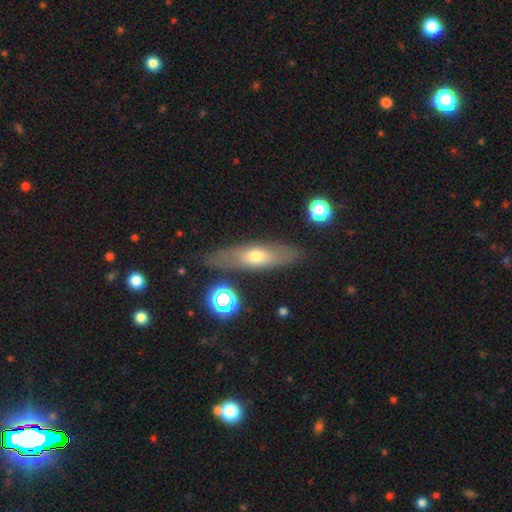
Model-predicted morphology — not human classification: Smooth or featured: smooth — 50% (featured or disk — 42%)
Merging: none — 80% (minor disturbance — 13%)